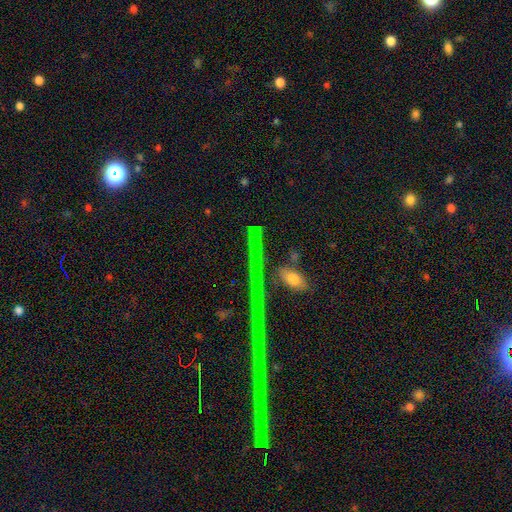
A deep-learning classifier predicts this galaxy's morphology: smooth-or-featured: star or artifact: 67% | featured or disk: 18% | smooth: 15%